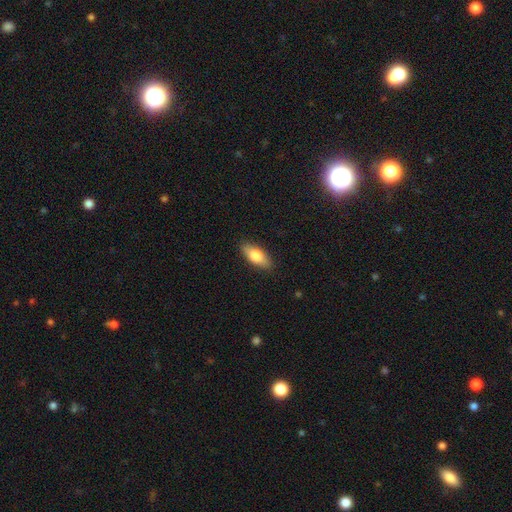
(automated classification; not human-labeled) Overall: smooth (77%). How rounded: in between (80%). Merging: none (88%).